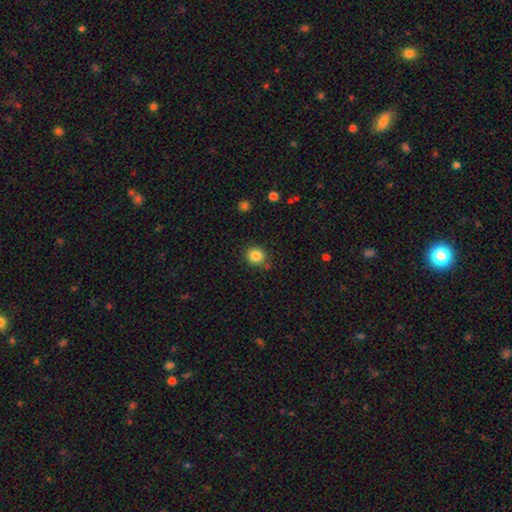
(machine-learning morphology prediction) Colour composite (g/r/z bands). It shows a smooth galaxy with no disk features (85%) that is round (83%). Merging: none (81%).